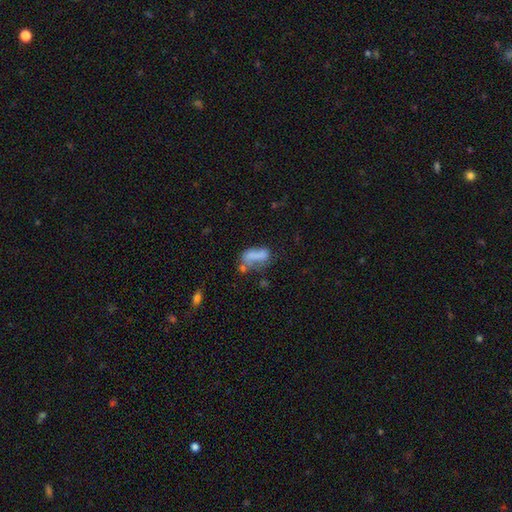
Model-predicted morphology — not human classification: A smooth galaxy with no disk features (64%) that is in between round and cigar-shaped (80%). Merging: none (28%).